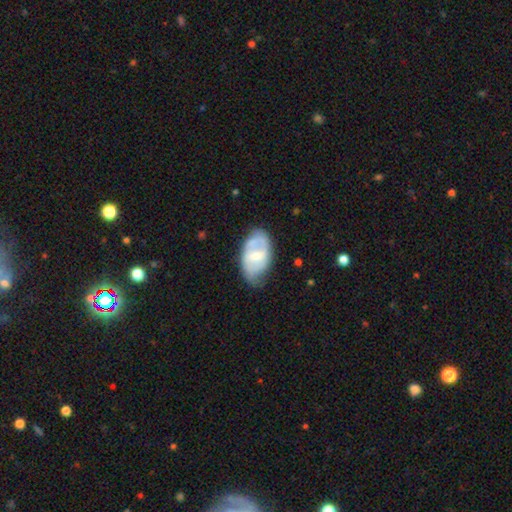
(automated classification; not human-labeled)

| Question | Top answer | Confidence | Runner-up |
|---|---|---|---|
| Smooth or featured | featured or disk | 55% | smooth (40%) |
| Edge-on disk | no | 95% | yes (5%) |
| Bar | weak | 53% | no (26%) |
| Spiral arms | yes | 59% | no (41%) |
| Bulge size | moderate | 48% | small (42%) |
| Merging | none | 57% | minor disturbance (32%) |